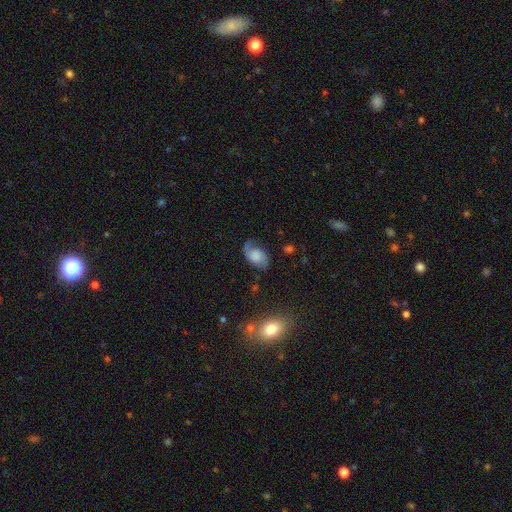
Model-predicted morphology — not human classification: Smooth or featured? featured or disk (62%)
Edge-on disk? no (97%)
Bar? no (63%)
Spiral arms? yes (92%)
Spiral winding? loose (44%)
Spiral arm count? 2 (81%)
Bulge size? none (38%)
Merging? none (64%)